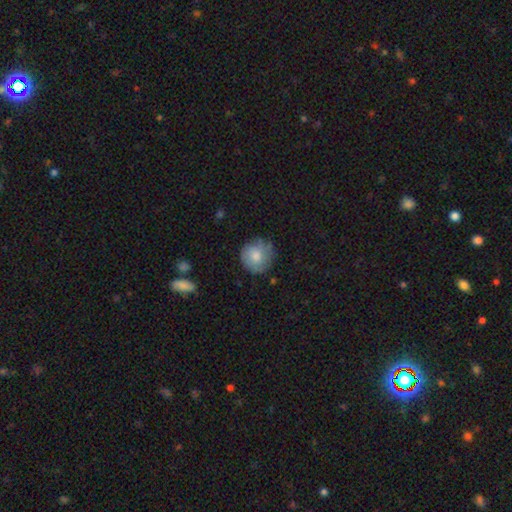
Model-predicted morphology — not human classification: A smooth galaxy with no disk features (75%) that is round (92%). Merging: none (72%).